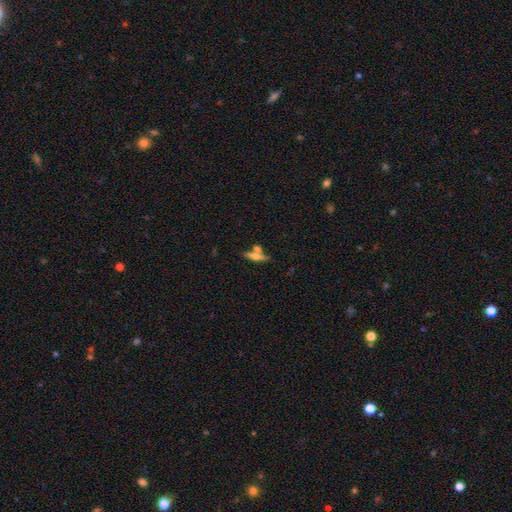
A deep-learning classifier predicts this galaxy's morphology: A featured or disk galaxy (48%). Merging: none (60%).